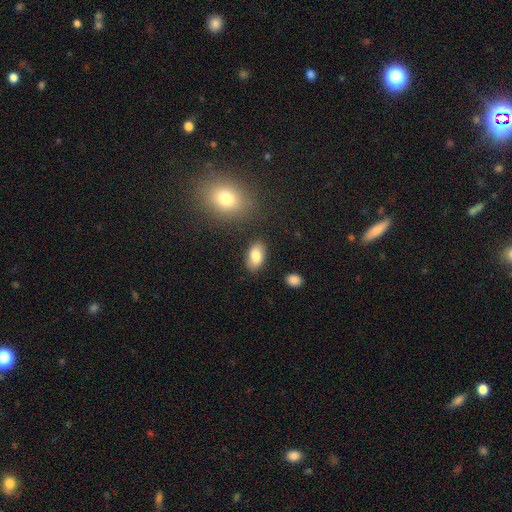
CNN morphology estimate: A smooth galaxy with no disk features (82%) that is in between round and cigar-shaped (92%).

Vote fractions:
- Smooth or featured? smooth: 82% / featured or disk: 10% / star or artifact: 7%
- How rounded? in between: 92% / round: 6% / cigar-shaped: 2%
- Merging? none: 84% / minor disturbance: 10% / merger: 3% / major disturbance: 3%